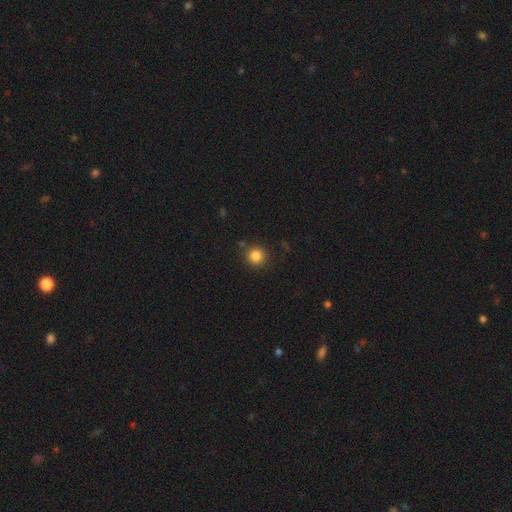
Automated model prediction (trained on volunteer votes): smooth-or-featured: smooth: 84% | star or artifact: 11% | featured or disk: 4%
  how-rounded: round: 93% | in between: 6% | cigar-shaped: 1%
  merging: none: 86% | minor disturbance: 8% | merger: 3% | major disturbance: 3%